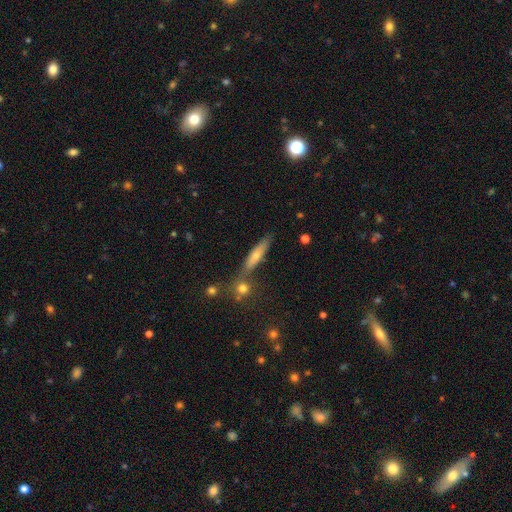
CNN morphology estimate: A smooth galaxy with no disk features (65%) that is cigar-shaped (74%).

Vote fractions:
- Smooth or featured? smooth: 65% / featured or disk: 26% / star or artifact: 9%
- How rounded? cigar-shaped: 74% / in between: 22% / round: 4%
- Merging? none: 67% / merger: 15% / minor disturbance: 14% / major disturbance: 4%